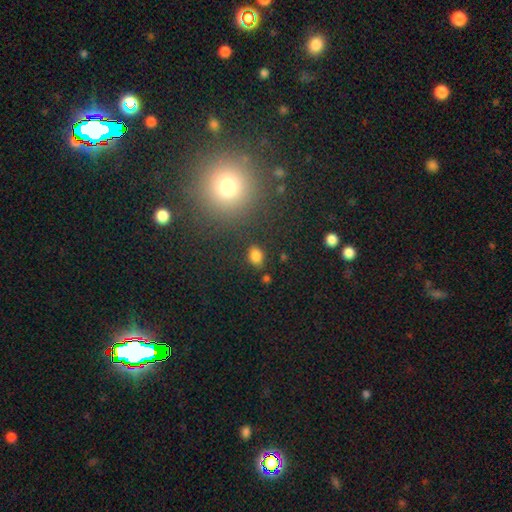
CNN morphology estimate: Overall: smooth (82%). How rounded: in between (69%; round 30%). Merging: none (83%).